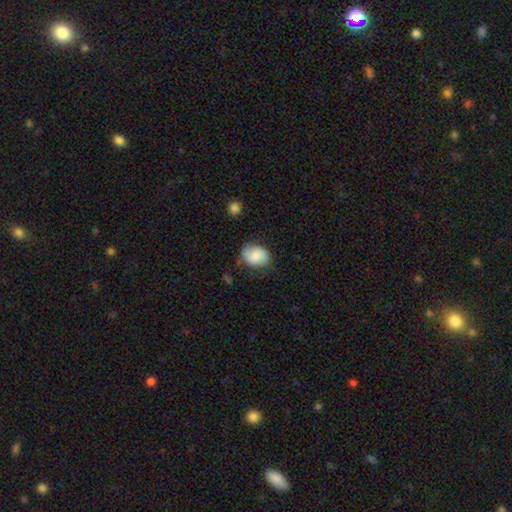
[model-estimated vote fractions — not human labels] The model was most divided on "how rounded": in between: 64%, round: 35%, cigar-shaped: 1%. More confident: smooth or featured — smooth (70%); merging — none (68%).